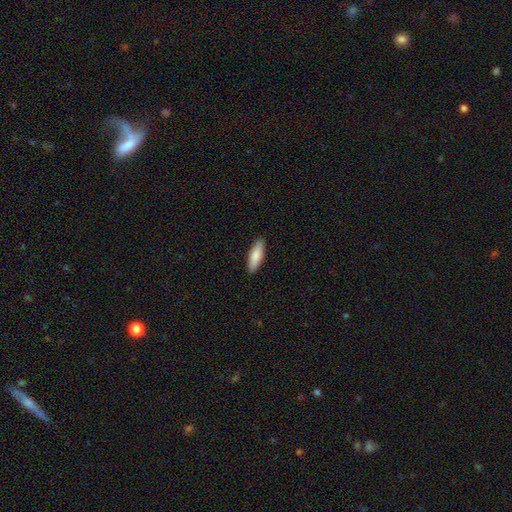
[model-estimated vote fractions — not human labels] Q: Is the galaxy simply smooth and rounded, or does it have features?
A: smooth — 85%.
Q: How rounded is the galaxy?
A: in between — 55%.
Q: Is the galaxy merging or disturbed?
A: none — 90%.